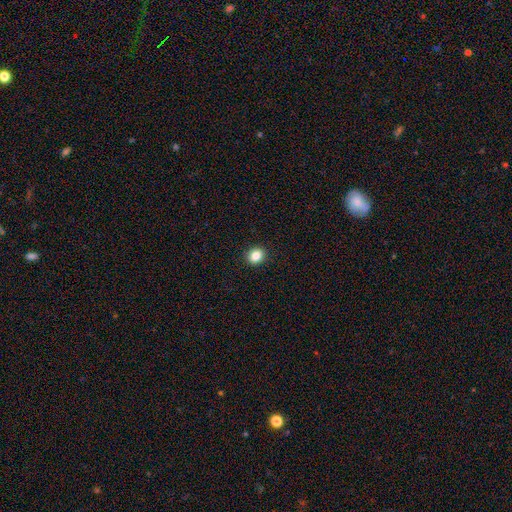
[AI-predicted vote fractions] This appears to be a smooth galaxy with no disk features (85%) that is round (65%). Merging: none (92%).